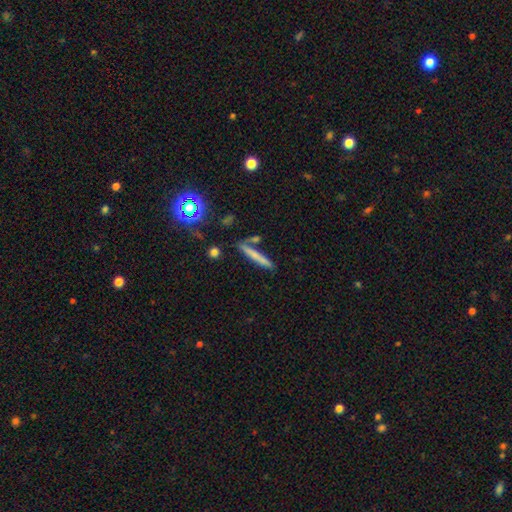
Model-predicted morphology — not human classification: A smooth galaxy with no disk features (61%) that is cigar-shaped (91%).

Vote fractions:
- Smooth or featured? smooth: 61% / featured or disk: 27% / star or artifact: 12%
- How rounded? cigar-shaped: 91% / in between: 6% / round: 3%
- Merging? none: 72% / merger: 12% / minor disturbance: 12% / major disturbance: 4%